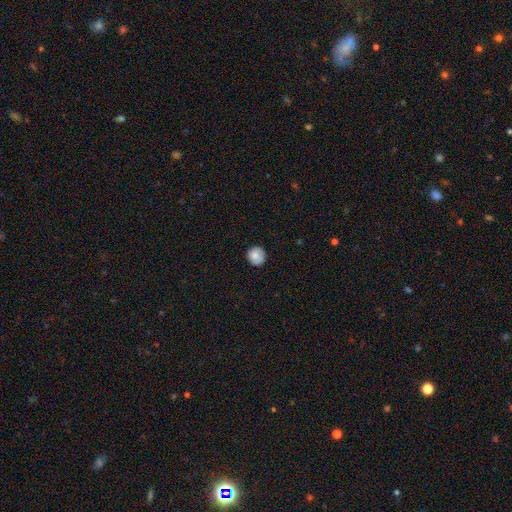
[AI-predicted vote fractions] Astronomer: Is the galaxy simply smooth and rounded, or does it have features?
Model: smooth — 83%.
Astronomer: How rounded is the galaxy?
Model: round — 93%.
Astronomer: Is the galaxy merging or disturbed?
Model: none — 86%.